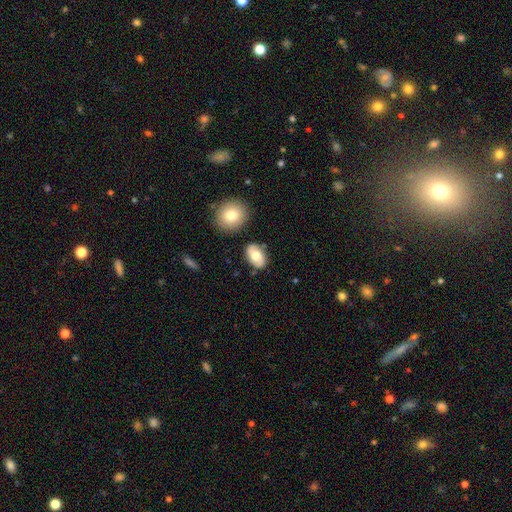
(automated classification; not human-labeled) Smooth or featured? Predicted: smooth (p=0.67). How rounded? Predicted: in between (p=0.85). Merging? Predicted: none (p=0.77).